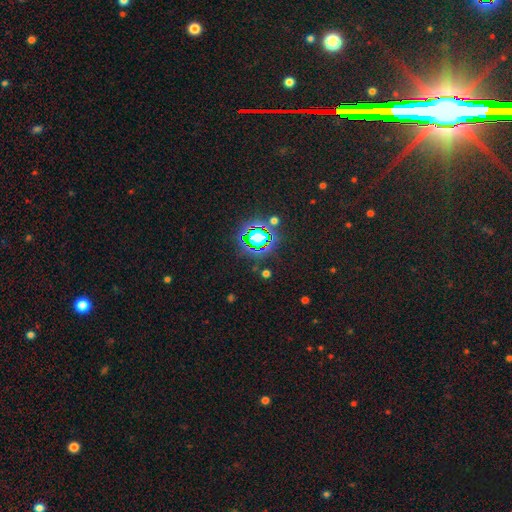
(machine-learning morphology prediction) This appears to be a star or artifact, not a galaxy (83%).